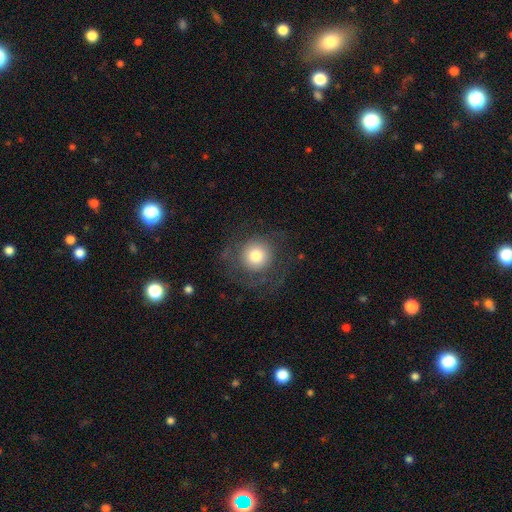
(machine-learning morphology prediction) Smooth or featured: smooth — 62% (featured or disk — 28%)
How rounded: round — 93% (in between — 6%)
Merging: none — 67% (major disturbance — 17%)